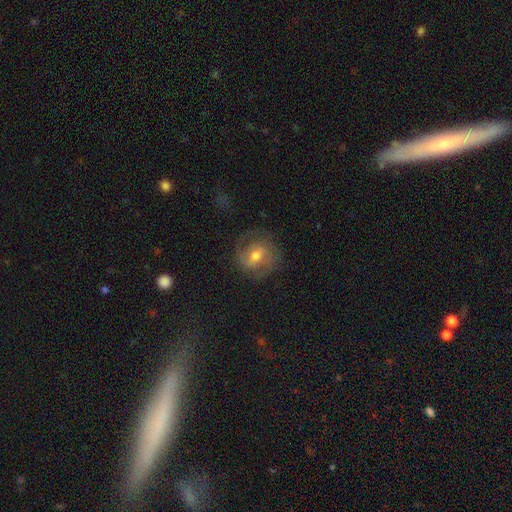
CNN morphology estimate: This appears to be a featured or disk galaxy (59%) with a weak bar (48%), spiral arms (80%) and a moderate central bulge (68%). Merging: none (71%).